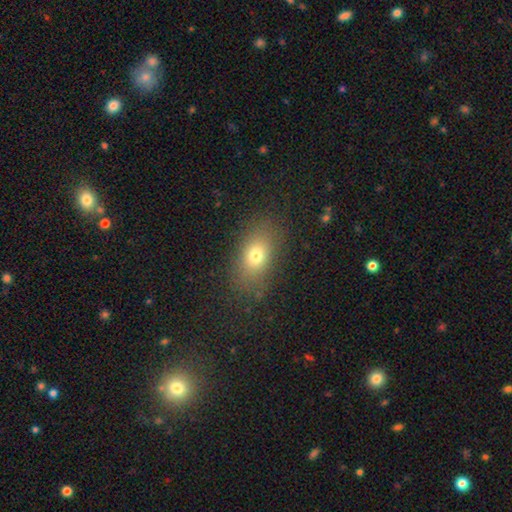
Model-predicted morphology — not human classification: Q: Smooth or featured?
A: smooth (73%); runner-up: featured or disk (14%)
Q: How rounded?
A: in between (78%); runner-up: round (18%)
Q: Merging?
A: none (82%); runner-up: minor disturbance (11%)